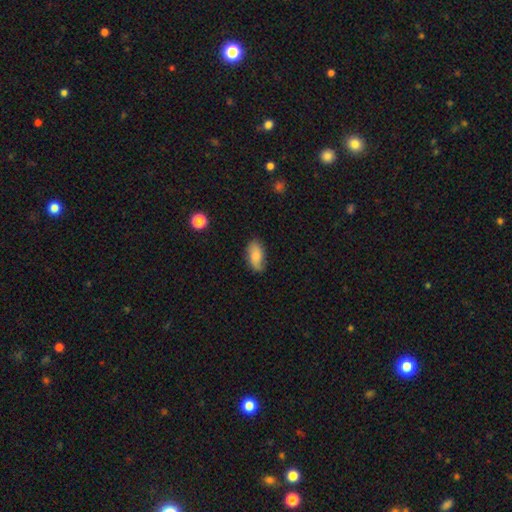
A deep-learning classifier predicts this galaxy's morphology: smooth 73%, featured or disk 20%, star or artifact 8%. Down the decision tree: how rounded — in between (91%); merging — none (71%).